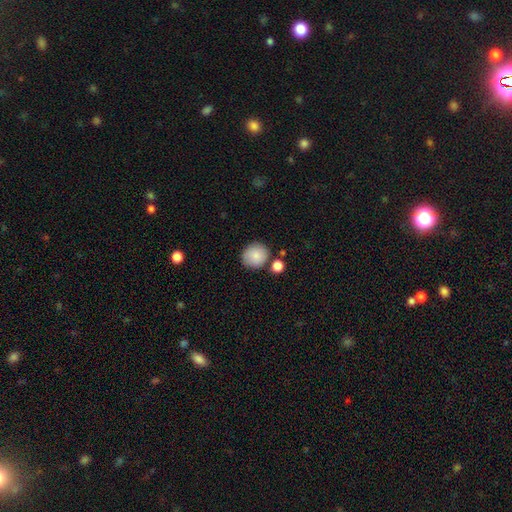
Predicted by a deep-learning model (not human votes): The model was most divided on "merging": none: 79%, minor disturbance: 11%, merger: 7%, major disturbance: 3%. More confident: how rounded — round (87%); smooth or featured — smooth (86%).